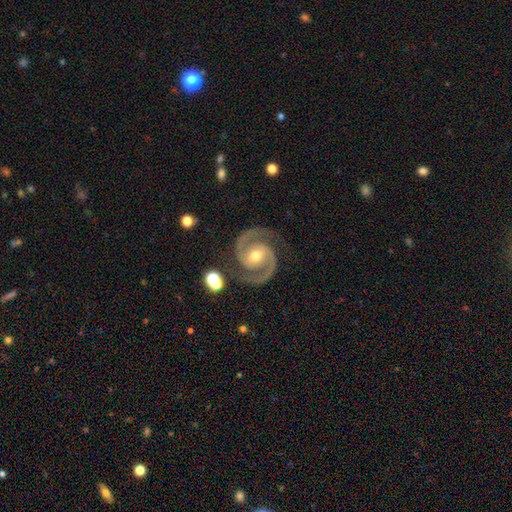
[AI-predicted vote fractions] The model was most divided on "bar": no: 44%, weak: 37%, strong: 19%. More confident: spiral arms — yes (99%); edge-on disk — no (98%); spiral arm count — 2 (95%); smooth or featured — featured or disk (94%); merging — none (85%); bulge size — moderate (69%); spiral winding — medium (54%).